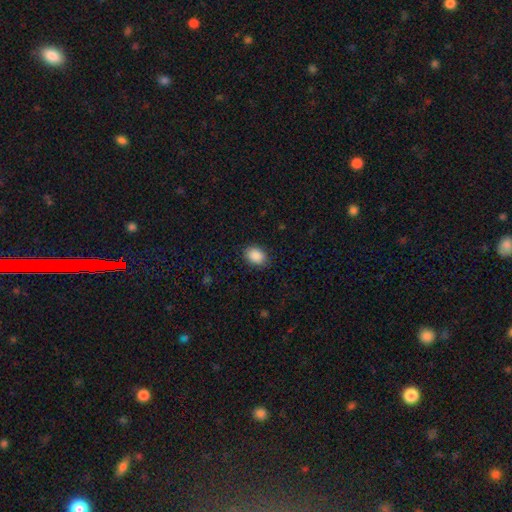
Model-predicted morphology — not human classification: Smooth or featured?
  - smooth: 90% *
  - star or artifact: 8%
  - featured or disk: 3%
How rounded?
  - in between: 73% *
  - round: 26%
  - cigar-shaped: 1%
Merging?
  - none: 87% *
  - minor disturbance: 9%
  - major disturbance: 2%
  - merger: 1%